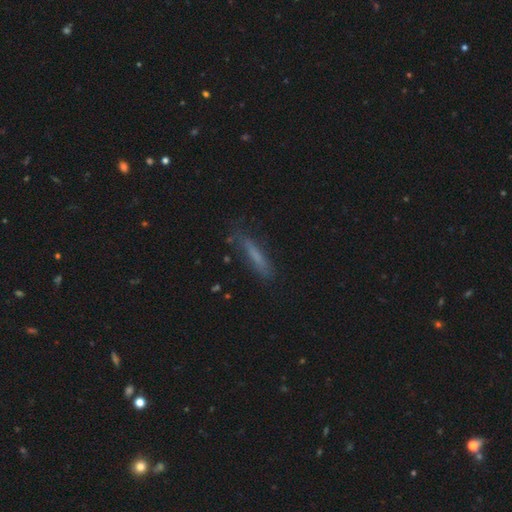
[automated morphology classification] smooth-or-featured: smooth: 63% | featured or disk: 27% | star or artifact: 10%
  how-rounded: cigar-shaped: 89% | in between: 10% | round: 2%
  merging: none: 74% | minor disturbance: 18% | major disturbance: 6% | merger: 2%